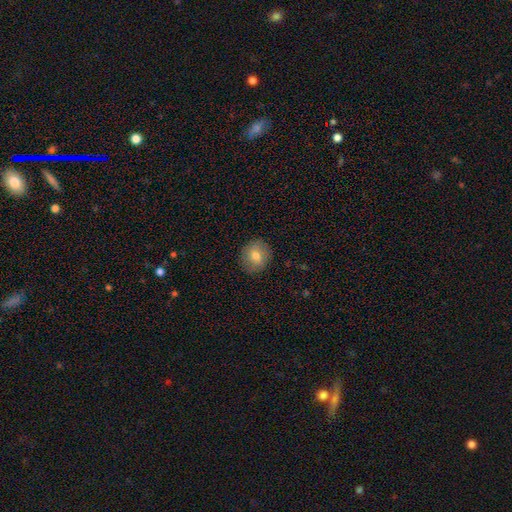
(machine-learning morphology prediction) type=smooth (75%); roundness=round (86%); merging=none (88%).